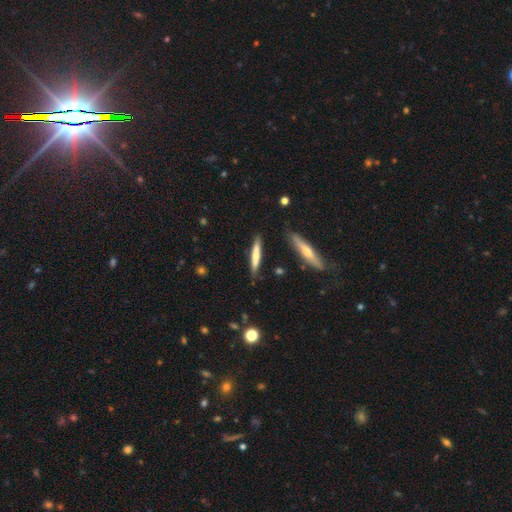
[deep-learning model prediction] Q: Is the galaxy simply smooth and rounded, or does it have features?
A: smooth — 61%.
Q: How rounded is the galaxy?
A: cigar-shaped — 92%.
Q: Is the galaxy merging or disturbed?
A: none — 85%.